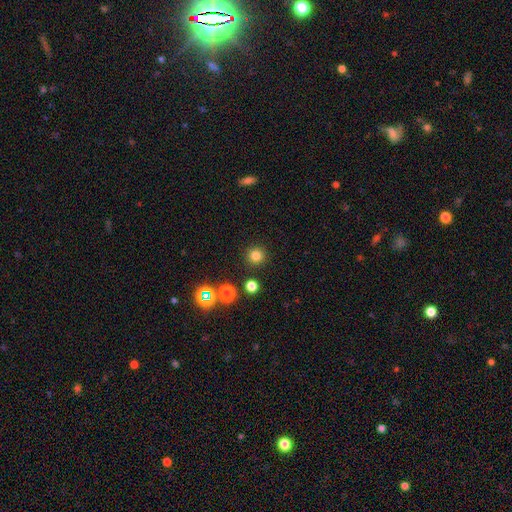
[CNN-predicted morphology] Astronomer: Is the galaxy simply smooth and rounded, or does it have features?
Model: smooth — 79%.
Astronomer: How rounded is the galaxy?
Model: round — 95%.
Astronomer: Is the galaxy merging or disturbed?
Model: none — 90%.